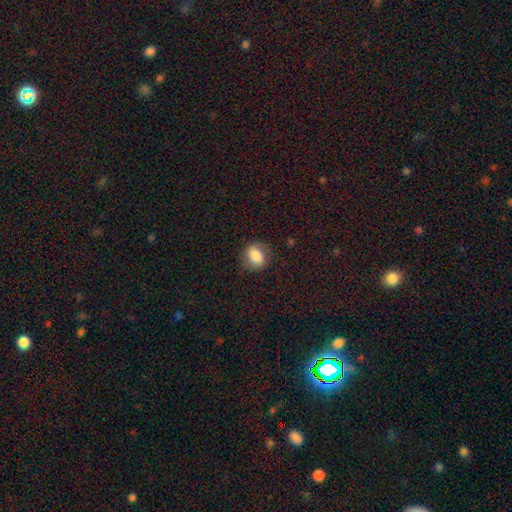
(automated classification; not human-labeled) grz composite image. It shows a smooth galaxy with no disk features (80%) that is in between round and cigar-shaped (56%). Merging: none (73%).